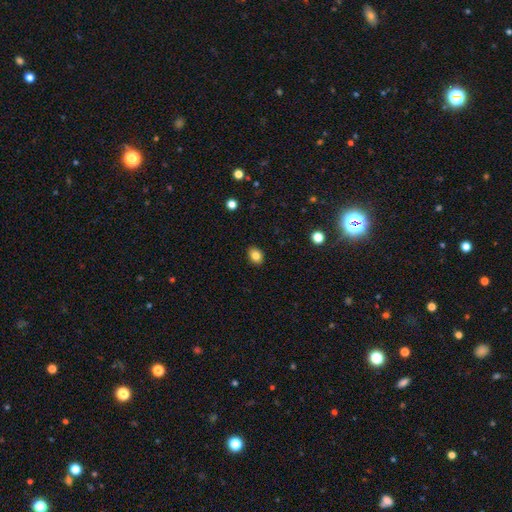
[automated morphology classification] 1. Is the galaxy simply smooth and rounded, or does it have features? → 83% smooth, 10% star or artifact, 7% featured or disk.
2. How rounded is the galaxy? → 63% in between, 36% round, 1% cigar-shaped.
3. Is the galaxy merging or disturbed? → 89% none, 8% minor disturbance, 2% major disturbance, 1% merger.